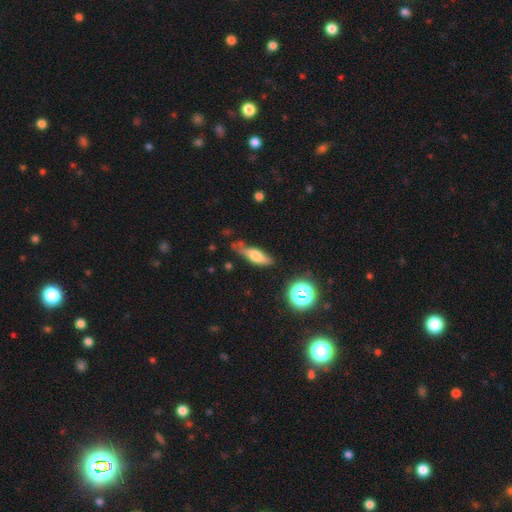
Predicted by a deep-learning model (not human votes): smooth_or_featured: smooth (p=0.61) [alt: featured or disk p=0.29]
how_rounded: in between (p=0.48) [tied with: cigar-shaped p=0.48]
merging: none (p=0.57) [alt: minor disturbance p=0.29]